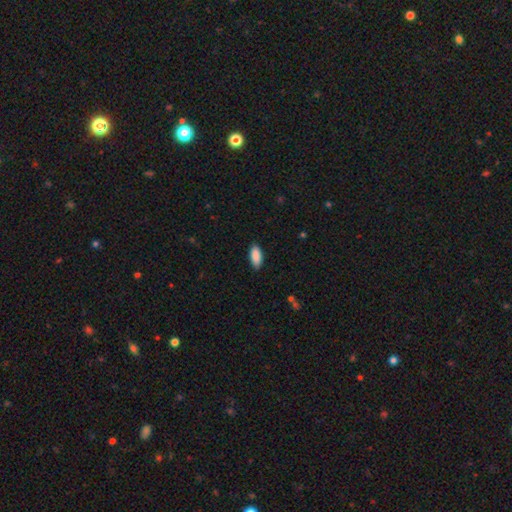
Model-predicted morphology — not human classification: type=smooth (90%); roundness=in between (88%); merging=none (86%).